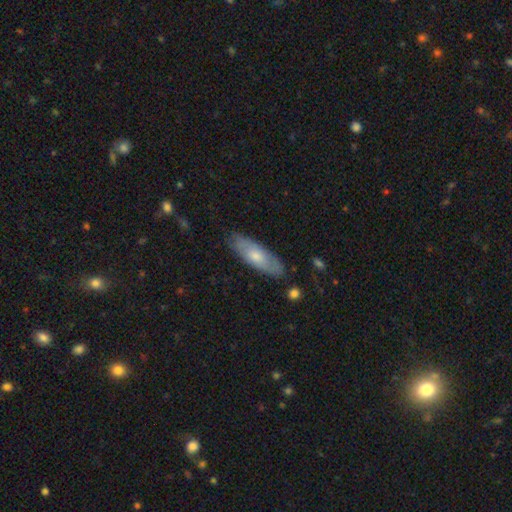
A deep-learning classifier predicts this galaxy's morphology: This appears to be a smooth galaxy with no disk features (55%) that is in between round and cigar-shaped (55%). Merging: none (83%).